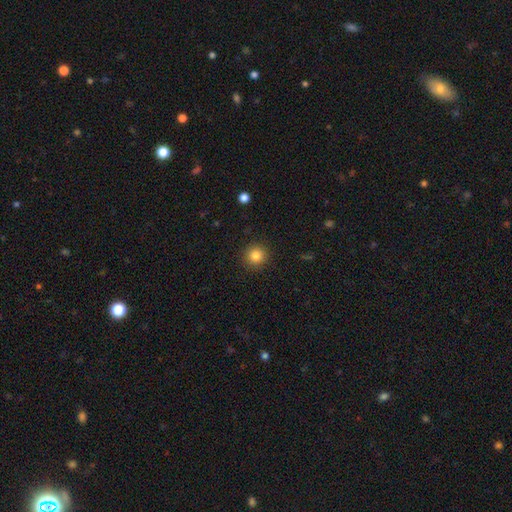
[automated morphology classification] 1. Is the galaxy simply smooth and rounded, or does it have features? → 84% smooth, 11% star or artifact, 5% featured or disk.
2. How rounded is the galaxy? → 94% round, 5% in between, 1% cigar-shaped.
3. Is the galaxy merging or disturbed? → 91% none, 6% minor disturbance, 2% major disturbance, 1% merger.